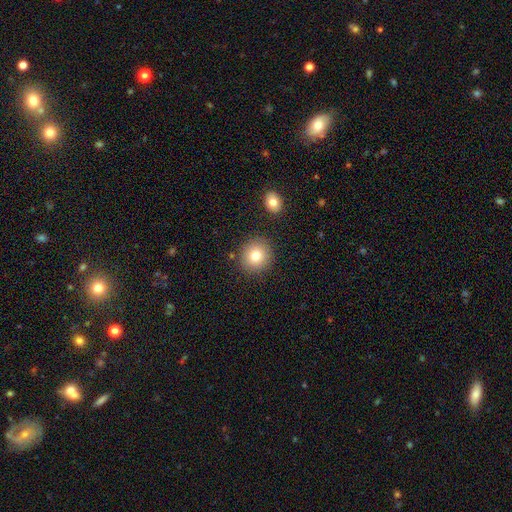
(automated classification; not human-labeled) Smooth or featured: smooth — 80% (star or artifact — 10%)
How rounded: round — 89% (in between — 10%)
Merging: none — 86% (minor disturbance — 7%)